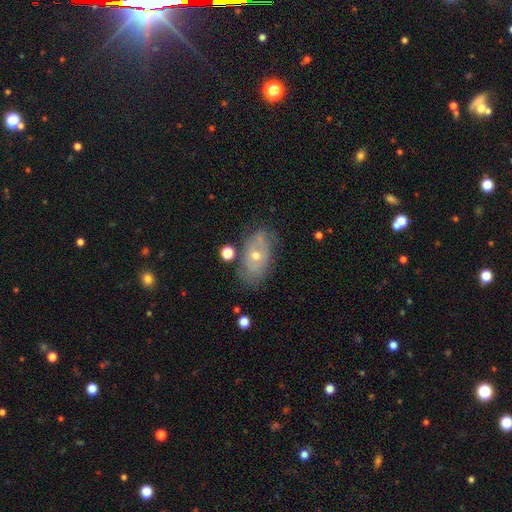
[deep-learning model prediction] A featured or disk galaxy (59%) with no bar (82%), spiral arms (57%) and a small central bulge (49%).

Vote fractions:
- Smooth or featured? featured or disk: 59% / smooth: 32% / star or artifact: 9%
- Edge-on disk? no: 91% / yes: 9%
- Bar? no: 82% / weak: 15% / strong: 3%
- Spiral arms? yes: 57% / no: 43%
- Bulge size? small: 49% / moderate: 47% / large: 1% / none: 1% / dominant: 1%
- Merging? none: 70% / minor disturbance: 20% / major disturbance: 6% / merger: 4%